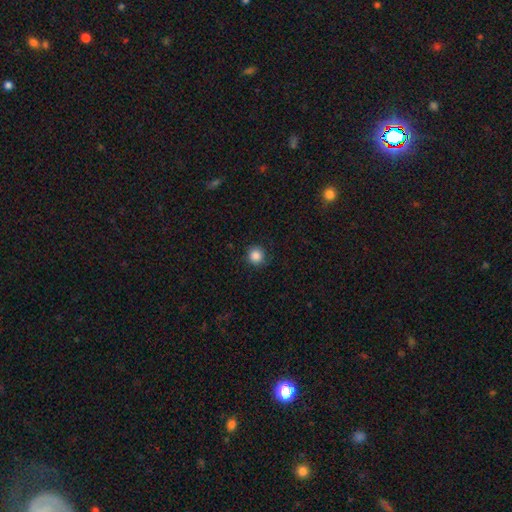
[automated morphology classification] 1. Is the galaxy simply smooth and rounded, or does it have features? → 86% smooth, 10% star or artifact, 3% featured or disk.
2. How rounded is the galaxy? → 95% round, 5% in between, 1% cigar-shaped.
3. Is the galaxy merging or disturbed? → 87% none, 9% minor disturbance, 3% major disturbance, 1% merger.